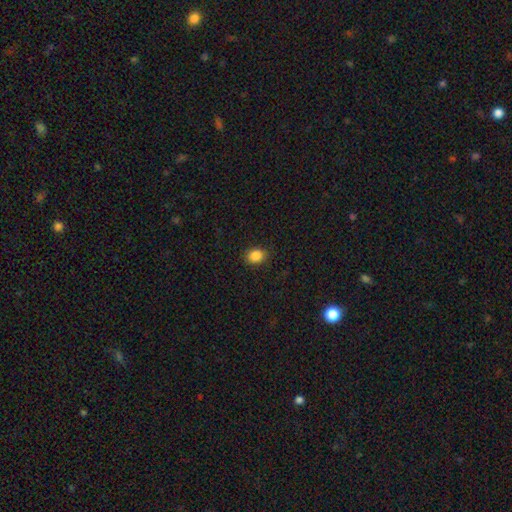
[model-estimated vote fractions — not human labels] The model was most divided on "how rounded": in between: 51%, round: 48%, cigar-shaped: 1%. More confident: merging — none (88%); smooth or featured — smooth (87%).